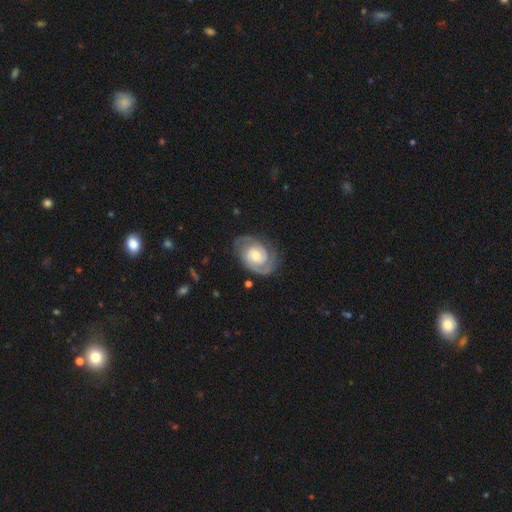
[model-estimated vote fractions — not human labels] Smooth or featured? Predicted: featured or disk (p=0.87). Edge-on disk? Predicted: no (p=0.97). Bar? Predicted: no (p=0.63). Spiral arms? Predicted: yes (p=0.97). Spiral winding? Predicted: tight (p=0.58). Spiral arm count? Predicted: 2 (p=0.84). Bulge size? Predicted: moderate (p=0.55). Merging? Predicted: none (p=0.77).